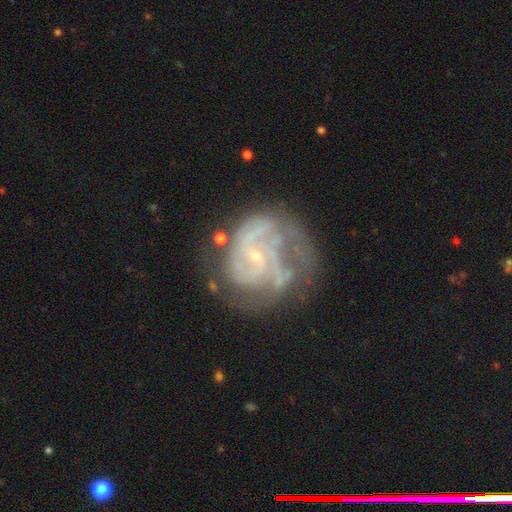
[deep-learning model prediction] featured or disk 86%, smooth 7%, star or artifact 7%. Down the decision tree: edge-on disk — no (98%); bar — no (58%); spiral arms — yes (93%); spiral arm count — 3 (27%); spiral winding — tight (44%); bulge size — small (83%); merging — none (51%).